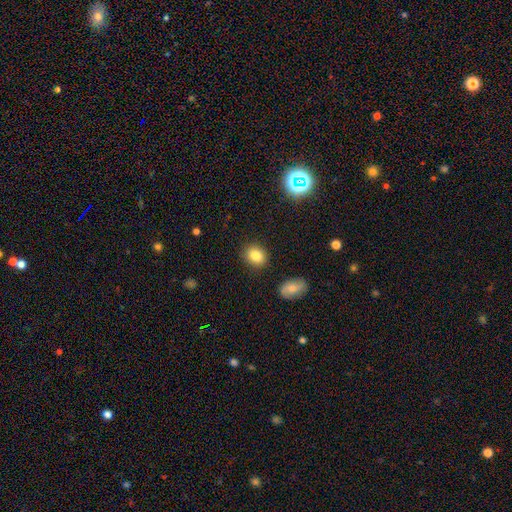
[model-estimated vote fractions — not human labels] This appears to be a smooth galaxy with no disk features (84%) that is round (52%). Merging: none (86%).